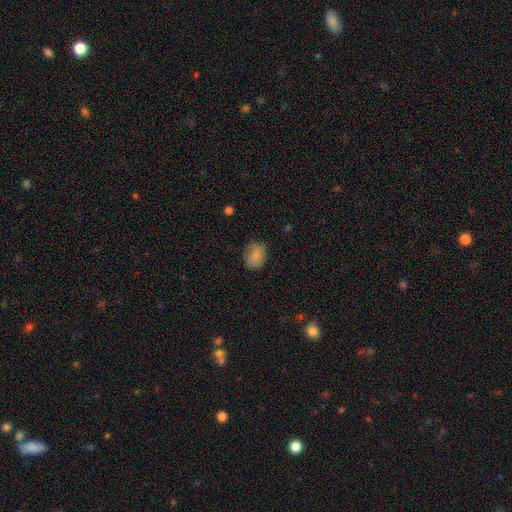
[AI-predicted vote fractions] This appears to be a smooth galaxy with no disk features (83%) that is in between round and cigar-shaped (51%). Merging: none (72%).